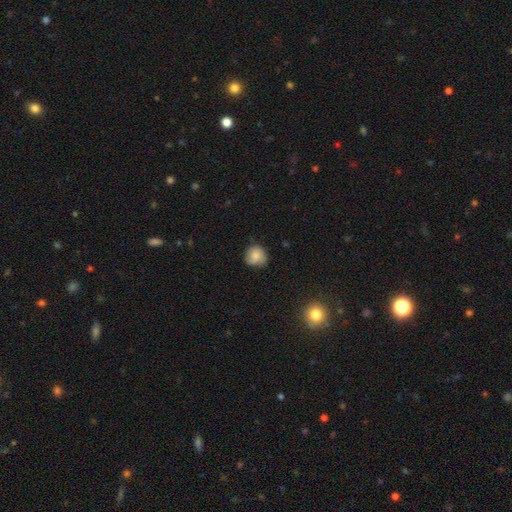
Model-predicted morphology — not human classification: Smooth or featured? Predicted: smooth (p=0.75). How rounded? Predicted: round (p=0.86). Merging? Predicted: none (p=0.71).